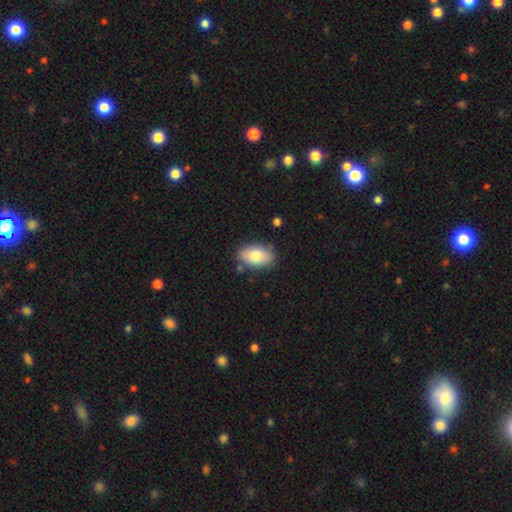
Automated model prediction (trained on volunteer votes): Smooth or featured?
  - smooth: 81% *
  - featured or disk: 13%
  - star or artifact: 6%
How rounded?
  - in between: 92% *
  - round: 6%
  - cigar-shaped: 2%
Merging?
  - none: 80% *
  - minor disturbance: 14%
  - merger: 3%
  - major disturbance: 3%